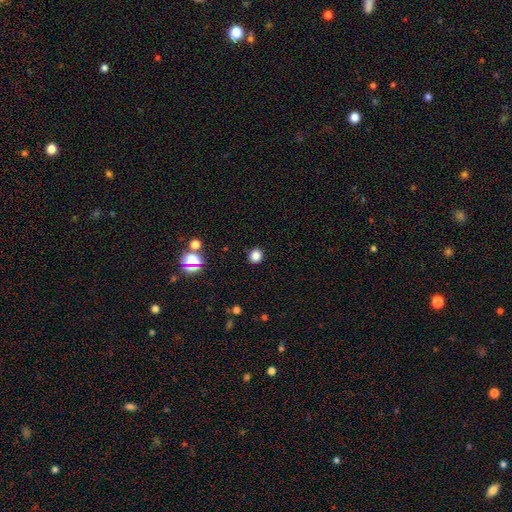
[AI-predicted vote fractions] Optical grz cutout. It shows a smooth galaxy with no disk features (82%) that is round (81%). Merging: none (91%).